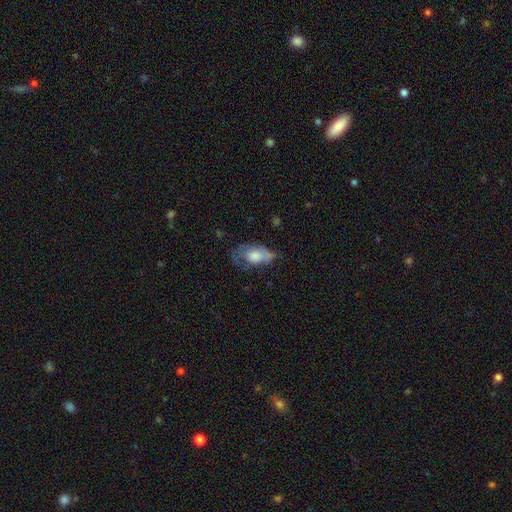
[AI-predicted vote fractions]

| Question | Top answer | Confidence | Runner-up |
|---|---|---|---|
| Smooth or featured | smooth | 65% | featured or disk (28%) |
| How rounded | in between | 89% | round (7%) |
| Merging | none | 33% | tied: minor disturbance (33%) |